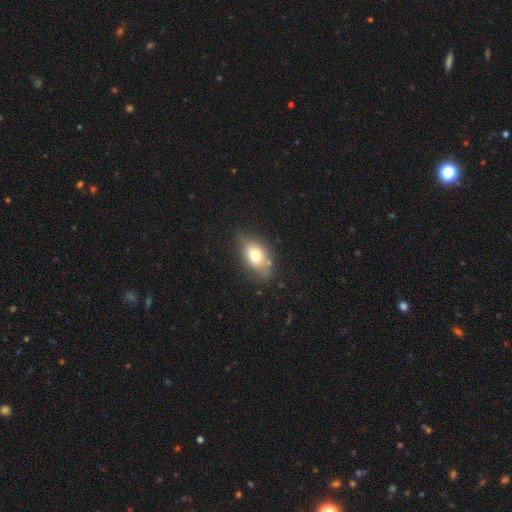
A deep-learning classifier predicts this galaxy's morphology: smooth-or-featured: smooth: 71% | featured or disk: 20% | star or artifact: 9%
  how-rounded: in between: 86% | round: 11% | cigar-shaped: 4%
  merging: none: 63% | minor disturbance: 26% | major disturbance: 7% | merger: 4%